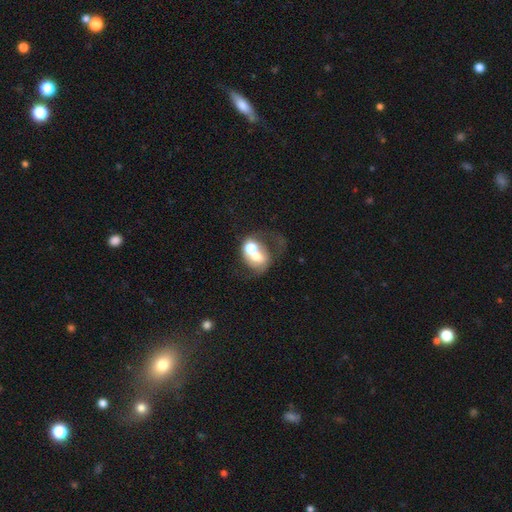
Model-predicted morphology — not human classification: Smooth or featured? featured or disk (45%)
Merging? merger (59%)